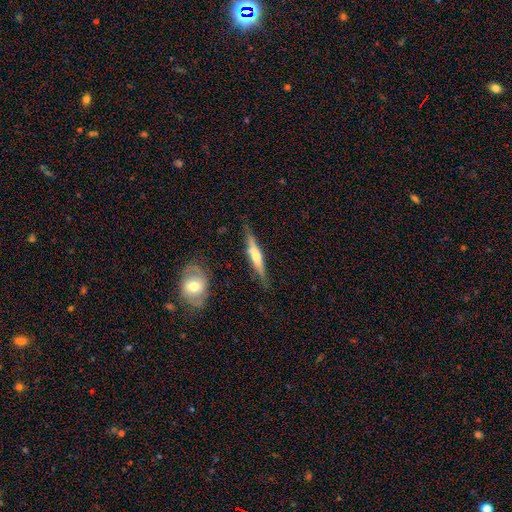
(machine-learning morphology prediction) This is likely a featured or disk galaxy (62%). It is clearly viewed edge-on (95%). Edge-on bulge: likely rounded (73%). Merging: likely none (79%).